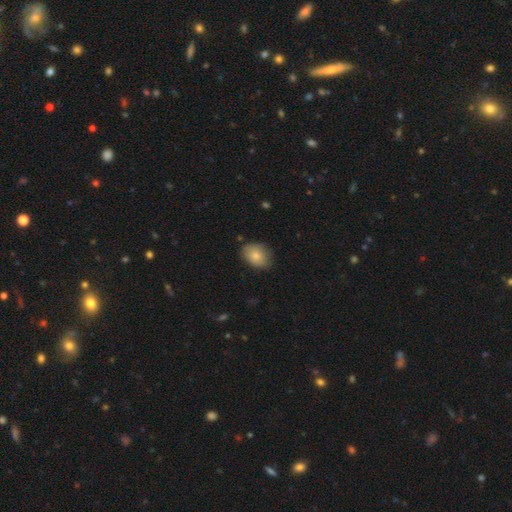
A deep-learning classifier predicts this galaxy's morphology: This is clearly a smooth galaxy (83%). How rounded: likely in between (69%). Merging: likely none (78%).